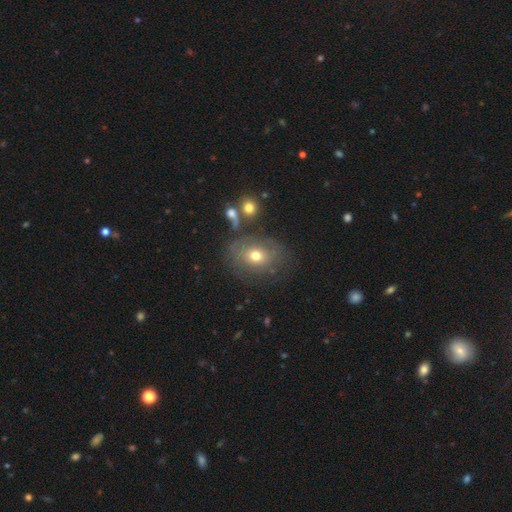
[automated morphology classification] Smooth or featured? Predicted: smooth (p=0.64). How rounded? Predicted: in between (p=0.53). Merging? Predicted: none (p=0.65).